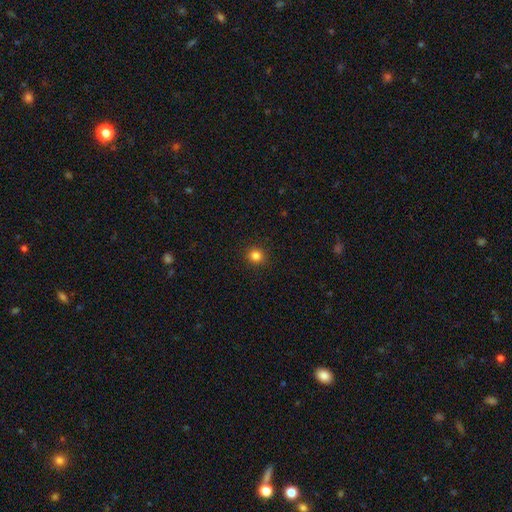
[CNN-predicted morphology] Smooth or featured?
  - smooth: 83% *
  - star or artifact: 12%
  - featured or disk: 4%
How rounded?
  - round: 88% *
  - in between: 11%
  - cigar-shaped: 1%
Merging?
  - none: 92% *
  - minor disturbance: 5%
  - major disturbance: 2%
  - merger: 1%